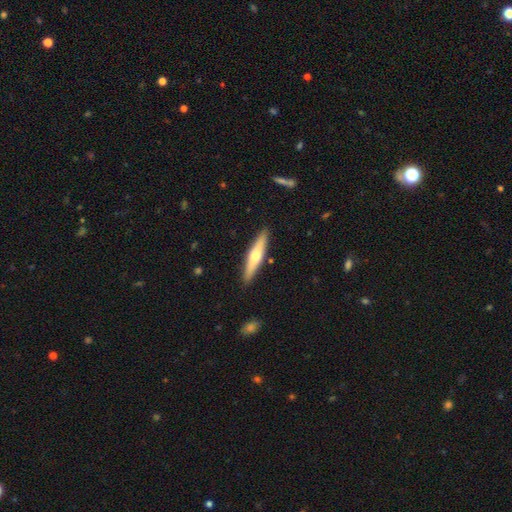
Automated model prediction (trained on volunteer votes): Smooth or featured? smooth (50%)
Merging? none (89%)